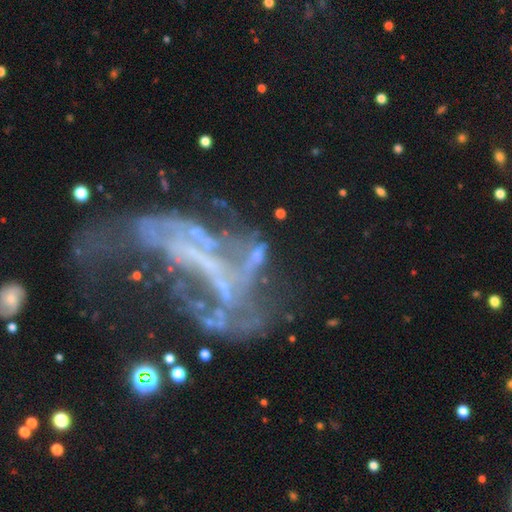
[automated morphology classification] Smooth or featured? Predicted: featured or disk (p=0.49). Merging? Predicted: none (p=0.40).